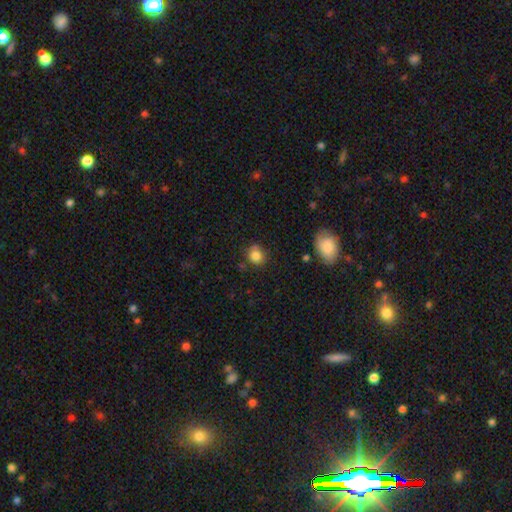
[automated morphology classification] Smooth or featured?
  - smooth: 83% *
  - star or artifact: 10%
  - featured or disk: 7%
How rounded?
  - round: 78% *
  - in between: 21%
  - cigar-shaped: 1%
Merging?
  - none: 75% *
  - minor disturbance: 17%
  - merger: 5%
  - major disturbance: 4%